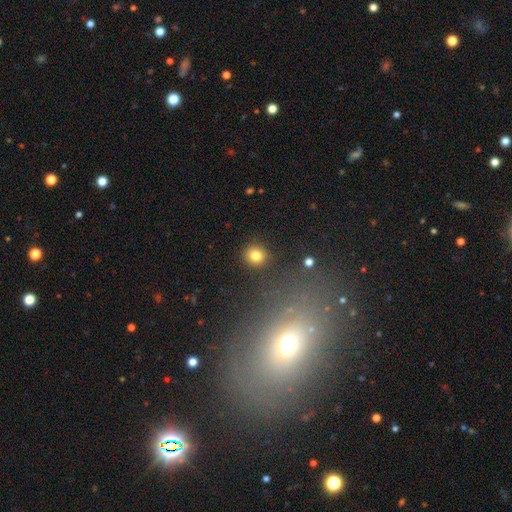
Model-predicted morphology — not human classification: Smooth or featured? smooth (81%)
How rounded? round (90%)
Merging? none (90%)